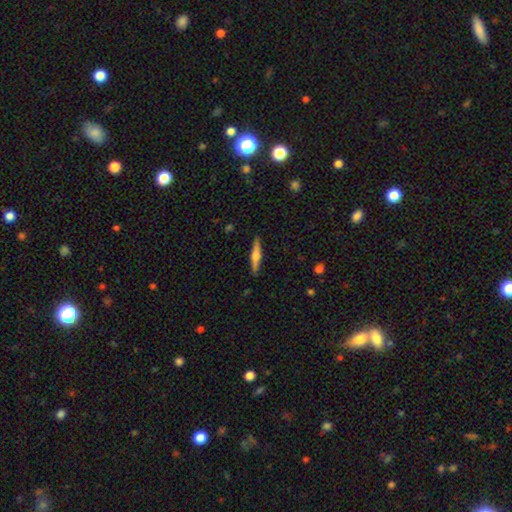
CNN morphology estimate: Overall: featured or disk (50%; smooth 45%). Merging: none (90%).